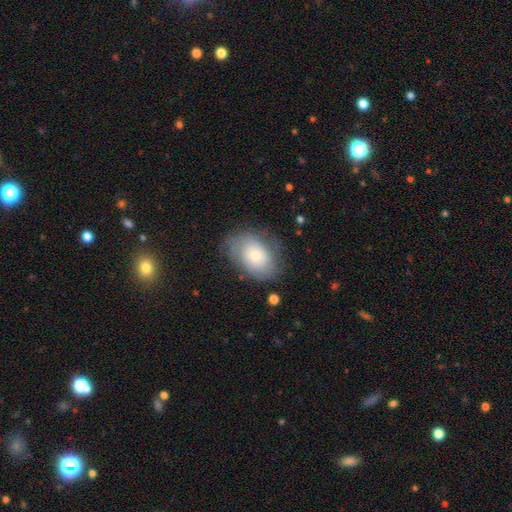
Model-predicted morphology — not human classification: This is possibly a smooth galaxy (55%). How rounded: likely in between (76%). Merging: likely none (65%).